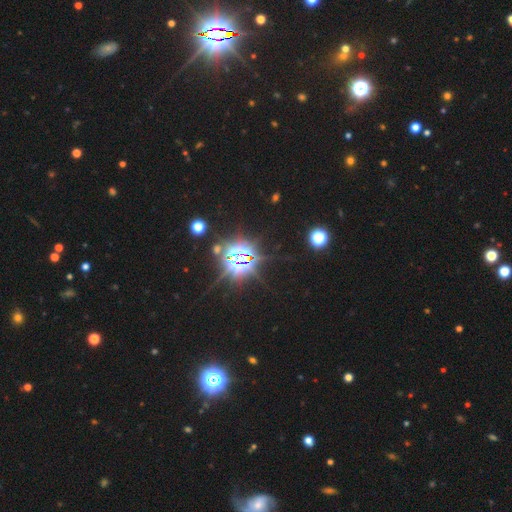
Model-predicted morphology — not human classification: A star or artifact, not a galaxy (85%).